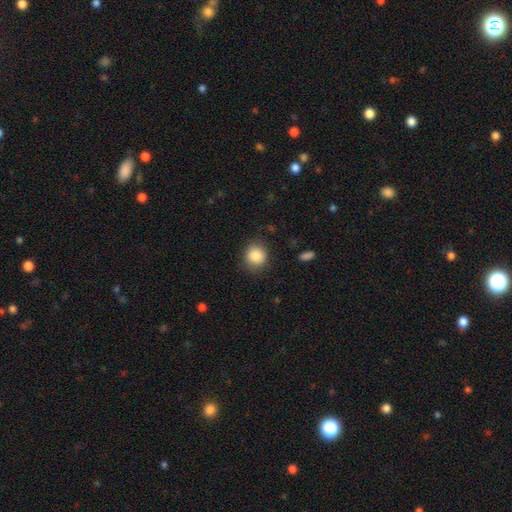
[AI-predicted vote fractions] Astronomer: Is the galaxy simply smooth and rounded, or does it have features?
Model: smooth — 86%.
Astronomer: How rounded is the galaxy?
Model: round — 84%.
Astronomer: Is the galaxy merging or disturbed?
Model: none — 83%.